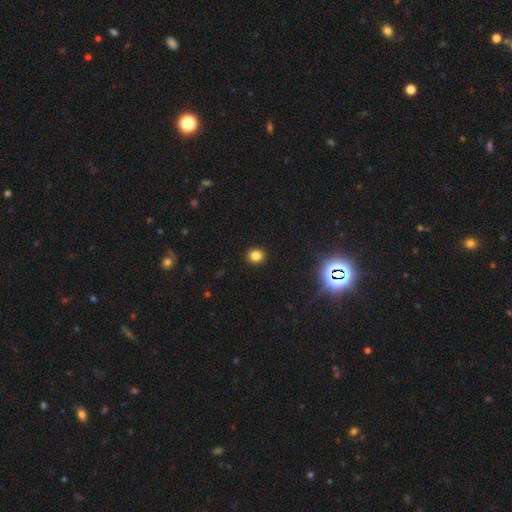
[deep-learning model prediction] Smooth or featured? Predicted: smooth (p=0.81). How rounded? Predicted: round (p=0.84). Merging? Predicted: none (p=0.92).